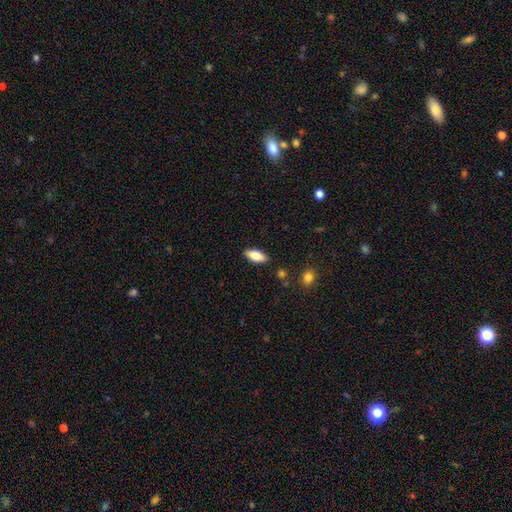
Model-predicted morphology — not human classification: This is likely a smooth galaxy (76%). How rounded: likely in between (80%). Merging: clearly none (87%).